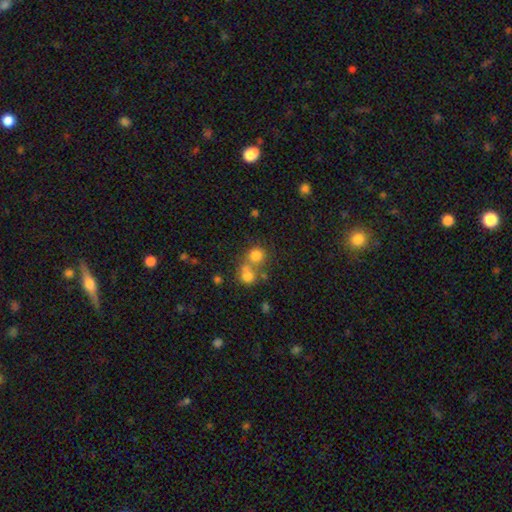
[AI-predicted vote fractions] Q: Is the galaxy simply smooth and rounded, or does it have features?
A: smooth — 76%.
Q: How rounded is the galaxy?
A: round — 86%.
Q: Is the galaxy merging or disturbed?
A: none — 50%.